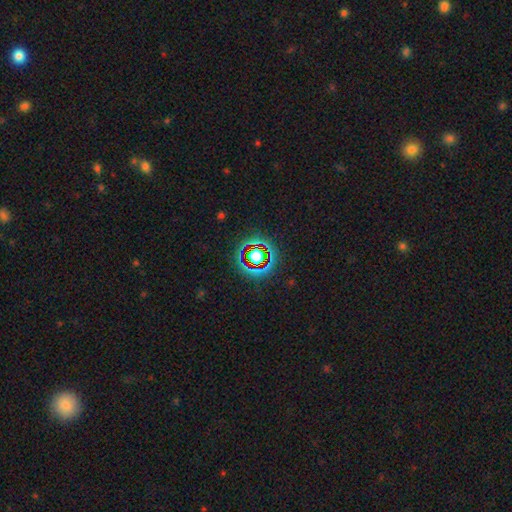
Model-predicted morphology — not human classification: A star or artifact, not a galaxy (65%).